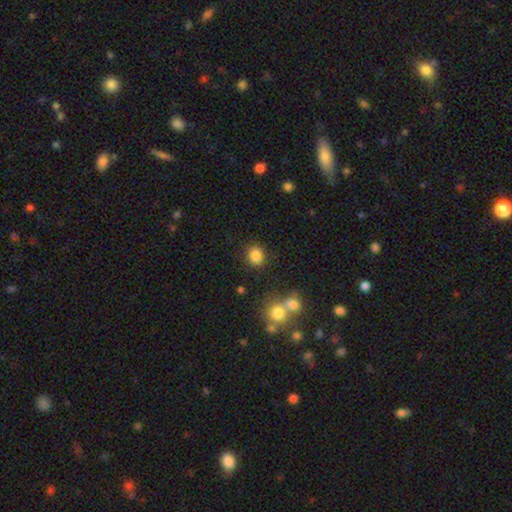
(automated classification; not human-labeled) Overall: smooth (83%). How rounded: round (72%). Merging: none (82%).